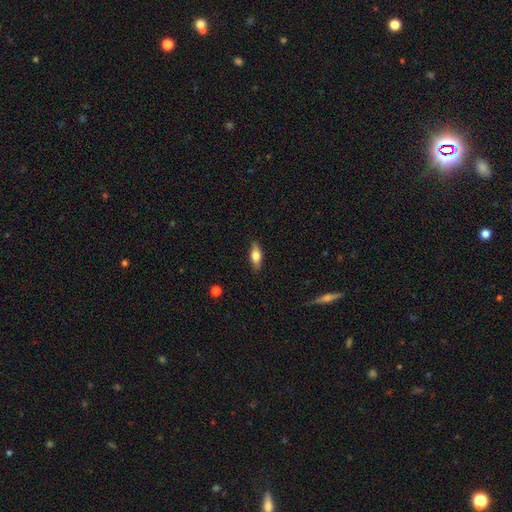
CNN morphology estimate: This appears to be a smooth galaxy with no disk features (69%) that is in between round and cigar-shaped (70%). Merging: none (86%).